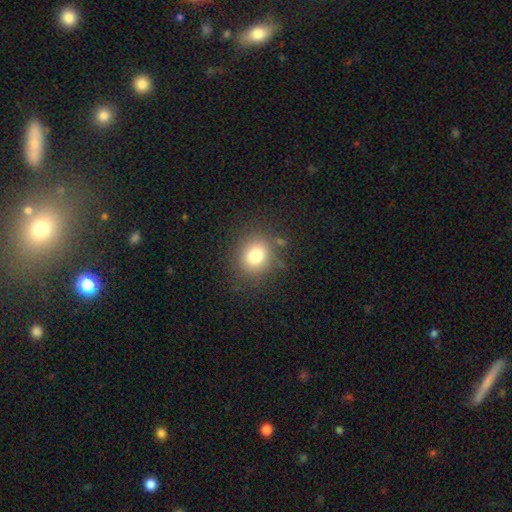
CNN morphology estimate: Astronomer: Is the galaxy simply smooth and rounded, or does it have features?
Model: smooth — 78%.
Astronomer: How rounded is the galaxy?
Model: round — 80%.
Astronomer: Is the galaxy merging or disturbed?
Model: none — 81%.